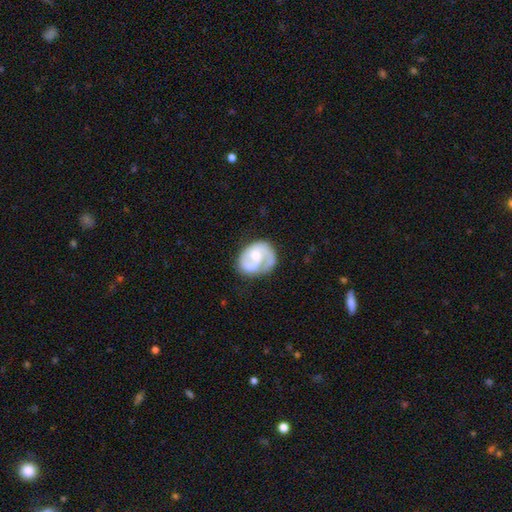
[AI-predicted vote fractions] Smooth or featured? featured or disk (79%)
Edge-on disk? no (98%)
Bar? no (58%)
Spiral arms? yes (94%)
Spiral winding? medium (47%)
Spiral arm count? 2 (71%)
Bulge size? moderate (51%)
Merging? none (64%)